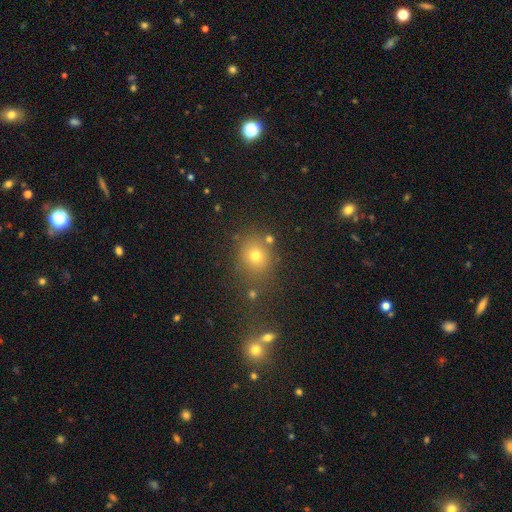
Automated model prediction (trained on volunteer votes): This appears to be a smooth galaxy with no disk features (70%) that is round (73%). Merging: none (73%).